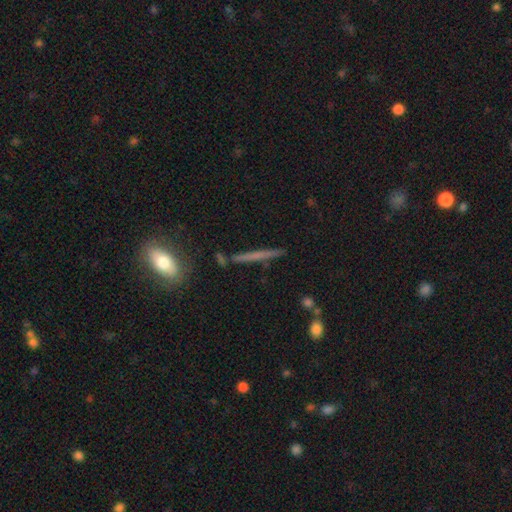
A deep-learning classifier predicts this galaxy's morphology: Smooth or featured: featured or disk — 49% (smooth — 41%)
Merging: none — 86% (minor disturbance — 9%)